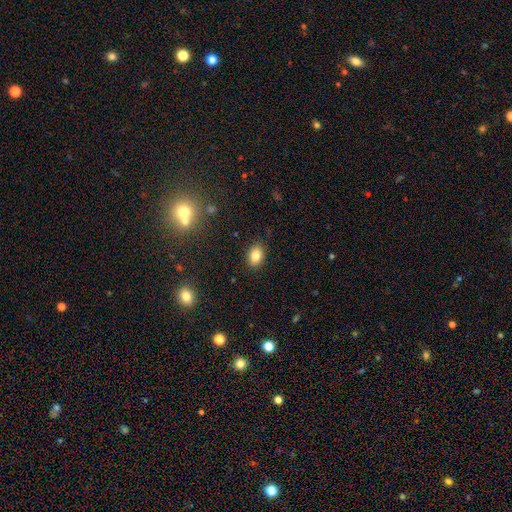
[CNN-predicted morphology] A smooth galaxy with no disk features (83%) that is in between round and cigar-shaped (78%). Merging: none (87%).